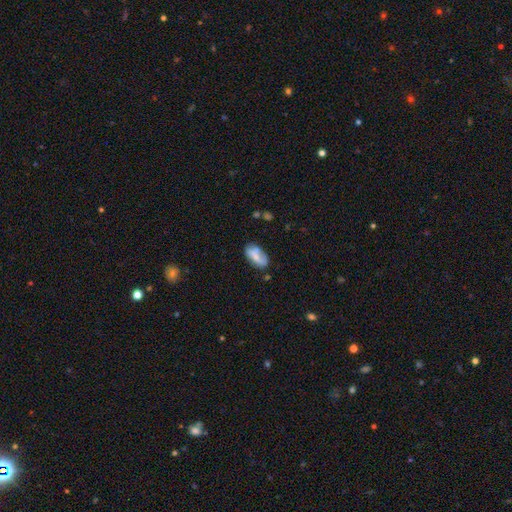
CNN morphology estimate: smooth 63%, featured or disk 30%, star or artifact 8%. Down the decision tree: how rounded — in between (91%); merging — none (57%).